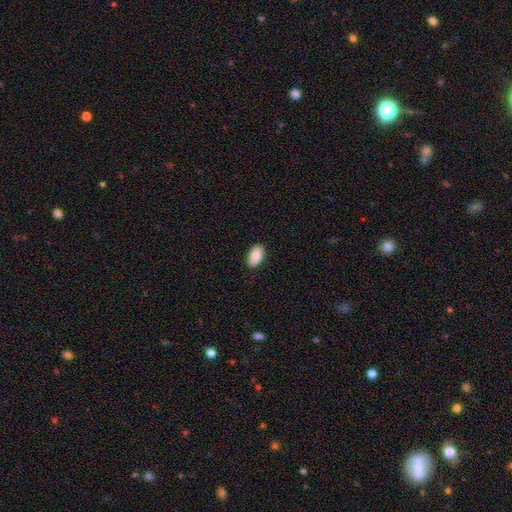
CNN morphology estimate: This appears to be a smooth galaxy with no disk features (88%) that is in between round and cigar-shaped (94%). Merging: none (86%).